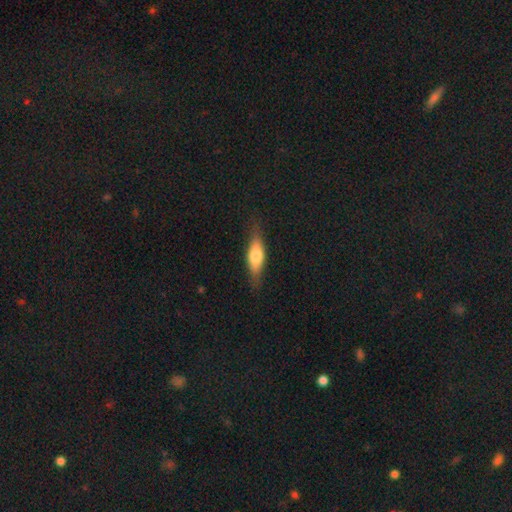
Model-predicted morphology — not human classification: smooth-or-featured: smooth: 61% | featured or disk: 33% | star or artifact: 6%
  how-rounded: in between: 55% | cigar-shaped: 42% | round: 3%
  merging: none: 80% | minor disturbance: 15% | major disturbance: 4% | merger: 1%